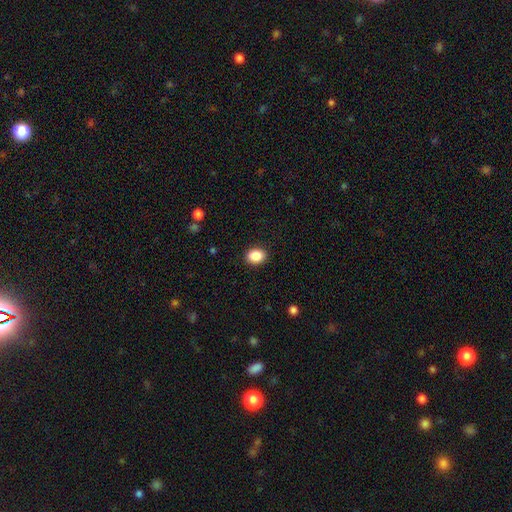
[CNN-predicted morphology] A smooth galaxy with no disk features (88%) that is in between round and cigar-shaped (60%).

Vote fractions:
- Smooth or featured? smooth: 88% / star or artifact: 8% / featured or disk: 4%
- How rounded? in between: 60% / round: 39% / cigar-shaped: 1%
- Merging? none: 90% / minor disturbance: 7% / major disturbance: 2% / merger: 1%